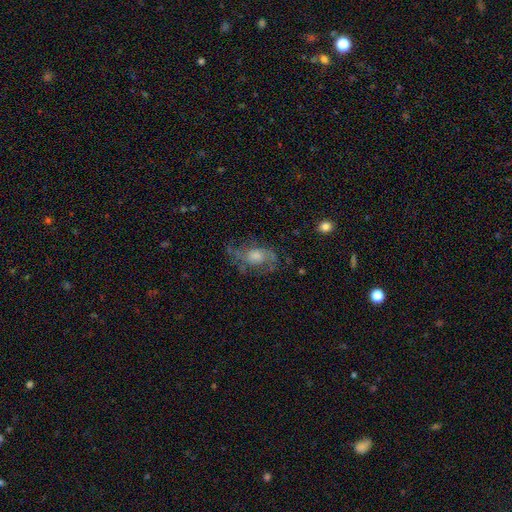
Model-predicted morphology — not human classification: Smooth or featured? featured or disk (67%)
Edge-on disk? no (94%)
Bar? no (70%)
Spiral arms? yes (83%)
Spiral winding? medium (46%)
Spiral arm count? 2 (60%)
Bulge size? moderate (41%)
Merging? none (64%)